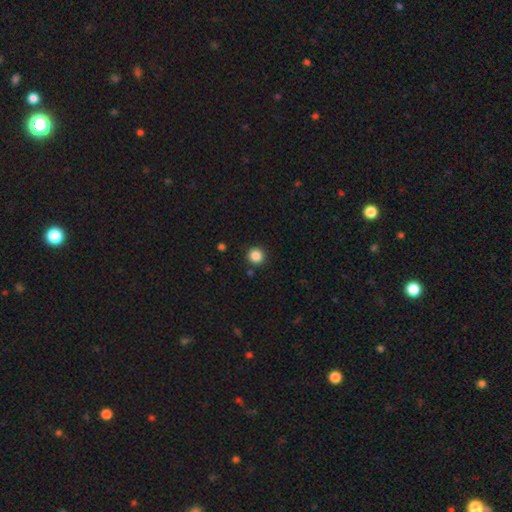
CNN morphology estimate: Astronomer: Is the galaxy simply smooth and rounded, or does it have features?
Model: smooth — 86%.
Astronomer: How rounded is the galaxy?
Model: round — 94%.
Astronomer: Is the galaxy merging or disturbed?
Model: none — 90%.